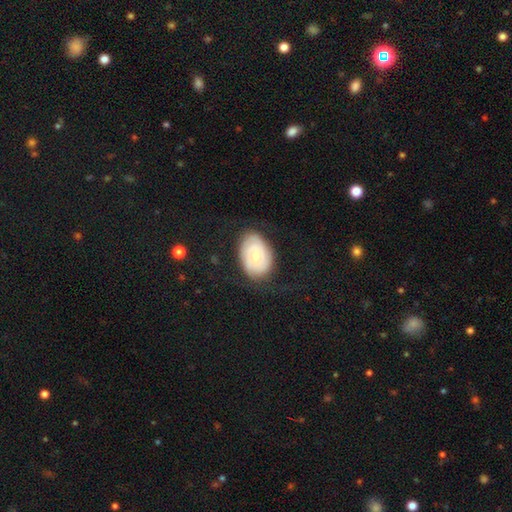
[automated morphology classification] Smooth or featured?
  - featured or disk: 47% *
  - smooth: 46%
  - star or artifact: 7%
Merging?
  - none: 71% *
  - minor disturbance: 21%
  - major disturbance: 7%
  - merger: 1%